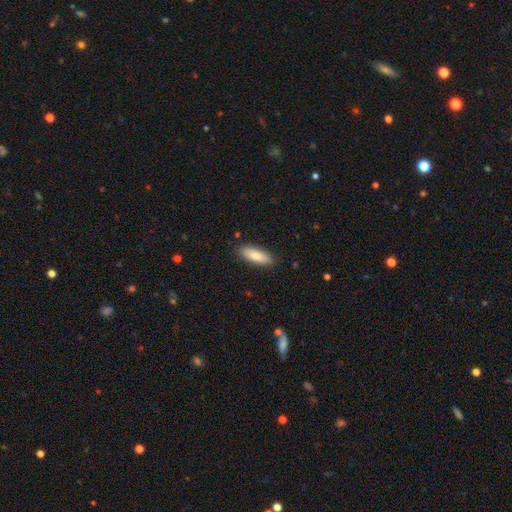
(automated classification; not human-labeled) Smooth or featured? smooth (79%)
How rounded? in between (62%)
Merging? none (86%)